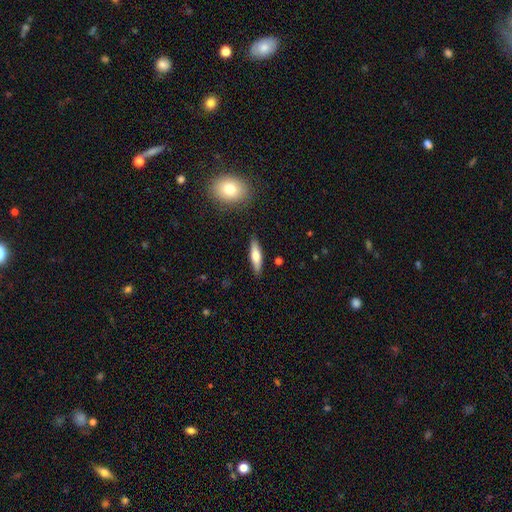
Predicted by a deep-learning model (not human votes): smooth_or_featured: smooth (p=0.66) [alt: featured or disk p=0.28]
how_rounded: cigar-shaped (p=0.67) [alt: in between p=0.31]
merging: none (p=0.87) [alt: minor disturbance p=0.10]